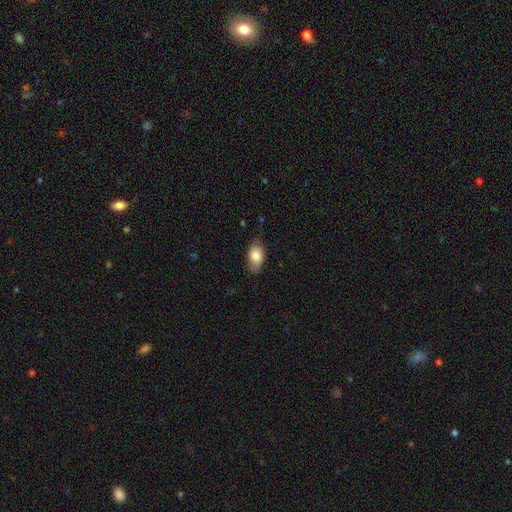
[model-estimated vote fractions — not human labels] Smooth or featured? smooth (82%)
How rounded? in between (92%)
Merging? none (77%)